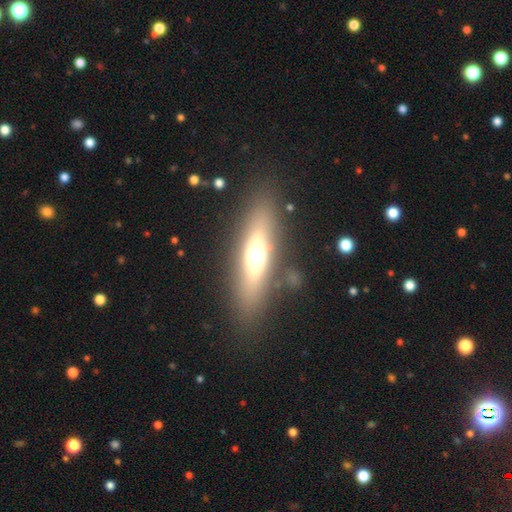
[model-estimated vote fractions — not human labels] Morphology: type=smooth (47%); merging=none (82%).